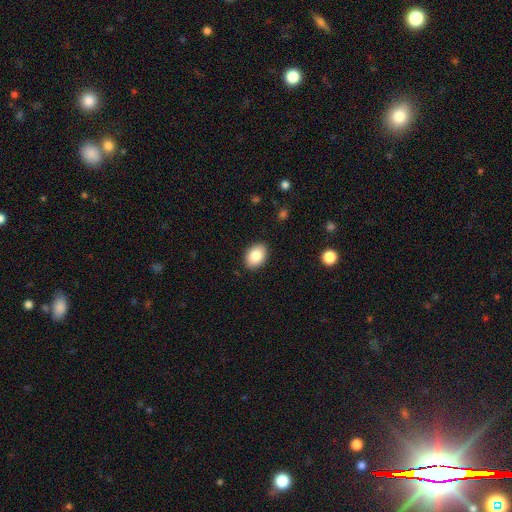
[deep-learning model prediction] The model was most divided on "how rounded": in between: 80%, round: 19%, cigar-shaped: 1%. More confident: merging — none (89%); smooth or featured — smooth (85%).